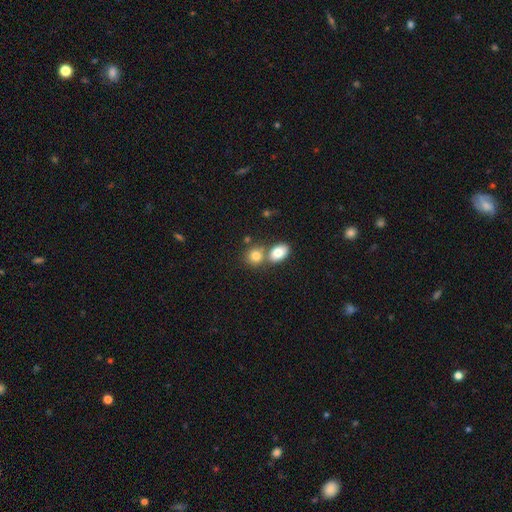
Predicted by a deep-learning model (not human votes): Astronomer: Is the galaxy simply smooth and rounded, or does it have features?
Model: smooth — 80%.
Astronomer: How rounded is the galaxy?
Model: round — 64%.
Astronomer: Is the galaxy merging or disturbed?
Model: none — 45% (runner-up: merger, 44%).